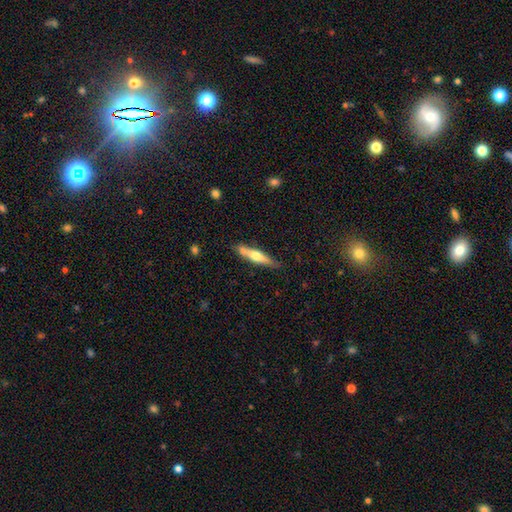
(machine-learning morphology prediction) smooth 47% (tied), featured or disk 47% (tied), star or artifact 6%. Down the decision tree: merging — none (74%).